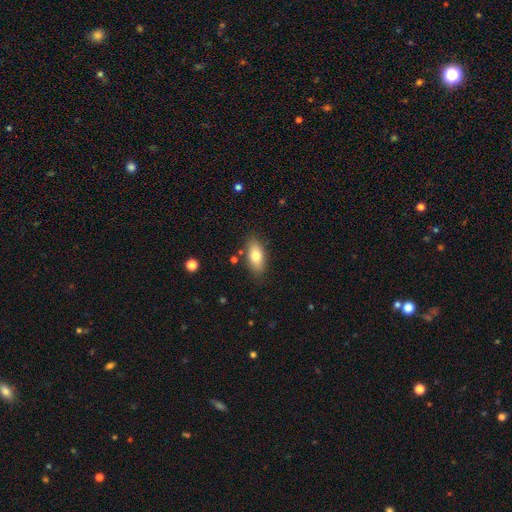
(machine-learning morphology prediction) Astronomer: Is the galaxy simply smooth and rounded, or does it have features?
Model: smooth — 79%.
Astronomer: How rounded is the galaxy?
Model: in between — 87%.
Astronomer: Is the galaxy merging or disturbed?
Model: none — 82%.